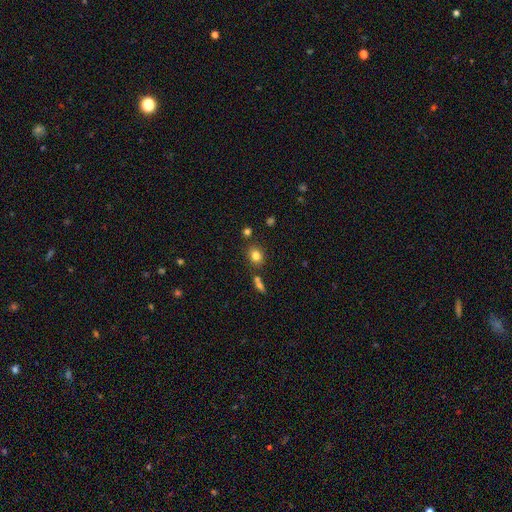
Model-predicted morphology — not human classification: Q: Smooth or featured?
A: smooth (81%); runner-up: star or artifact (12%)
Q: How rounded?
A: round (61%); runner-up: in between (38%)
Q: Merging?
A: none (77%); runner-up: minor disturbance (11%)